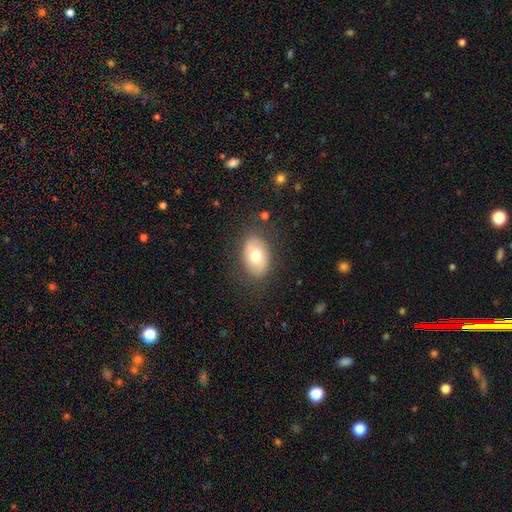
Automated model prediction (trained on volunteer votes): Q: Smooth or featured?
A: smooth (67%); runner-up: featured or disk (25%)
Q: How rounded?
A: in between (86%); runner-up: round (13%)
Q: Merging?
A: none (82%); runner-up: minor disturbance (13%)